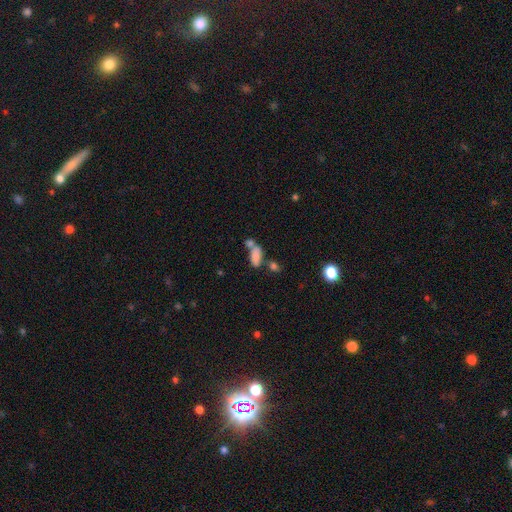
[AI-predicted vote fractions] Morphology: type=smooth (78%); roundness=in between (84%); merging=merger (46%).